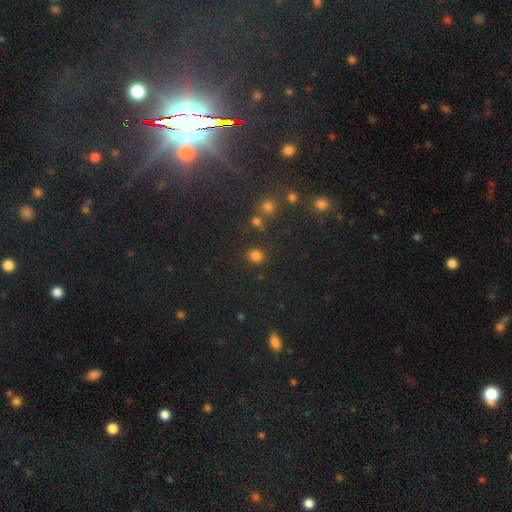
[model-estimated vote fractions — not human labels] This is likely a smooth galaxy (79%). How rounded: likely round (77%). Merging: clearly none (84%).